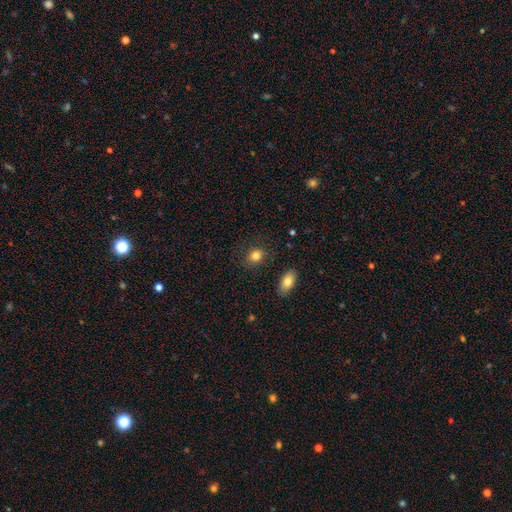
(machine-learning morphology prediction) The model was most divided on "how rounded": round: 54%, in between: 45%, cigar-shaped: 1%. More confident: merging — none (83%); smooth or featured — smooth (83%).